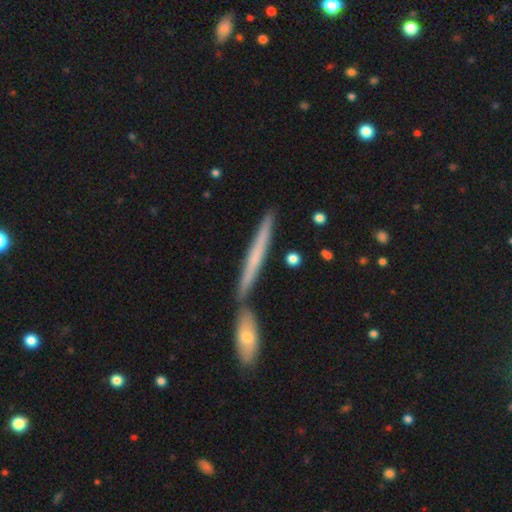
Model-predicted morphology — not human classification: Smooth or featured?
  - featured or disk: 47% *
  - smooth: 46%
  - star or artifact: 7%
Merging?
  - none: 70% *
  - merger: 19%
  - minor disturbance: 9%
  - major disturbance: 3%